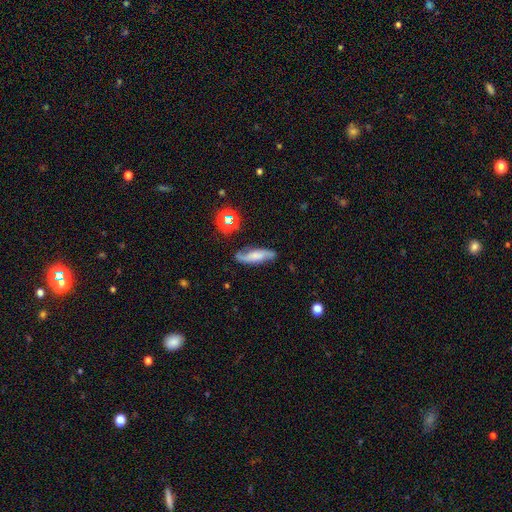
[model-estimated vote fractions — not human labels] Smooth or featured? featured or disk (58%)
Edge-on disk? no (79%)
Merging? none (72%)